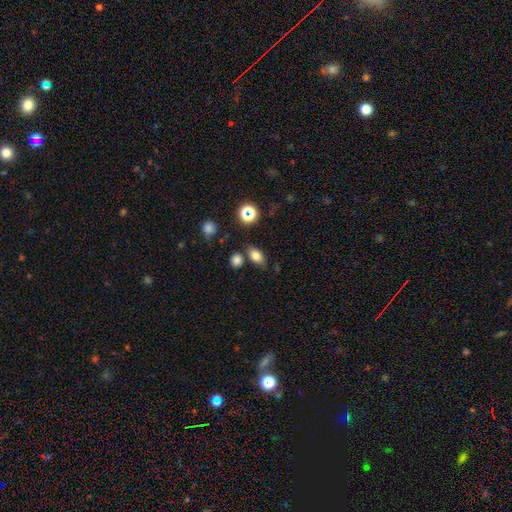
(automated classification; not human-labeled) This is likely a smooth galaxy (77%). How rounded: likely in between (79%). Merging: likely none (74%).